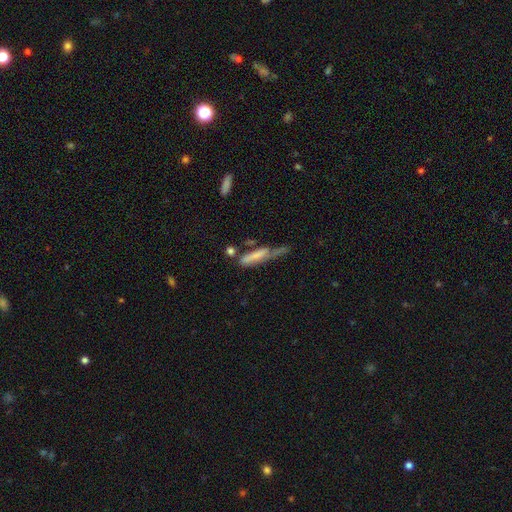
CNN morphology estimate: A smooth galaxy with no disk features (61%) that is cigar-shaped (76%). Merging: major disturbance (29%).